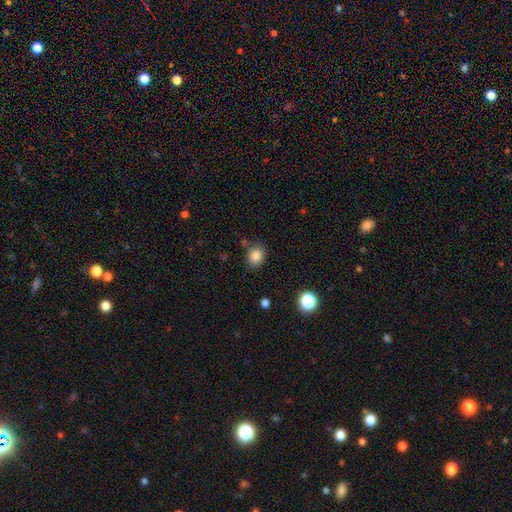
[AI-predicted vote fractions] Smooth or featured? smooth (85%)
How rounded? round (62%)
Merging? none (78%)